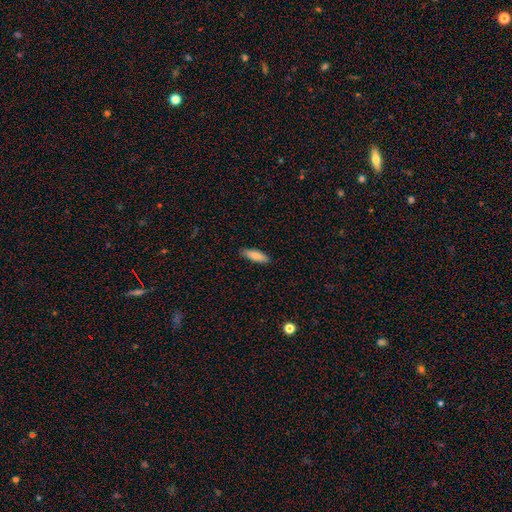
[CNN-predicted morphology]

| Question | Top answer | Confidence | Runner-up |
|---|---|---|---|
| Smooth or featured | smooth | 85% | featured or disk (9%) |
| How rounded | in between | 56% | cigar-shaped (43%) |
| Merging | none | 87% | minor disturbance (10%) |